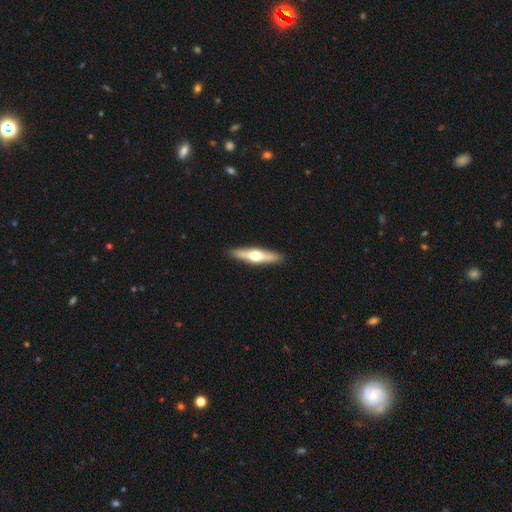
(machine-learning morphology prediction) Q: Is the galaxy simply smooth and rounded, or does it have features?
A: featured or disk — 61%.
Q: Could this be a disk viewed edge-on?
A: yes — 95%.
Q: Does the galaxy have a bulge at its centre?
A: rounded — 95%.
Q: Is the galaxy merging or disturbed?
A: none — 91%.